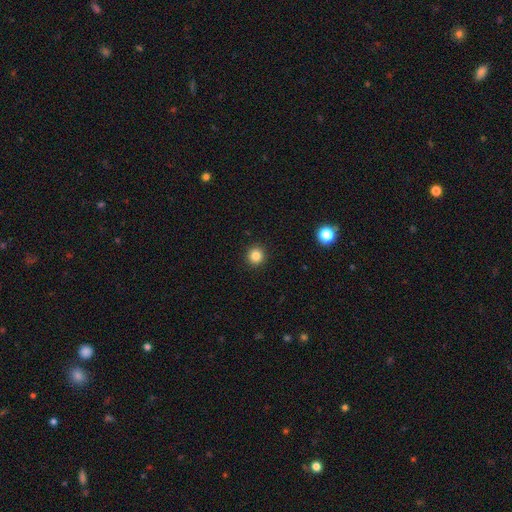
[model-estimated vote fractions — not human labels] This appears to be a smooth galaxy with no disk features (84%) that is round (93%). Merging: none (93%).